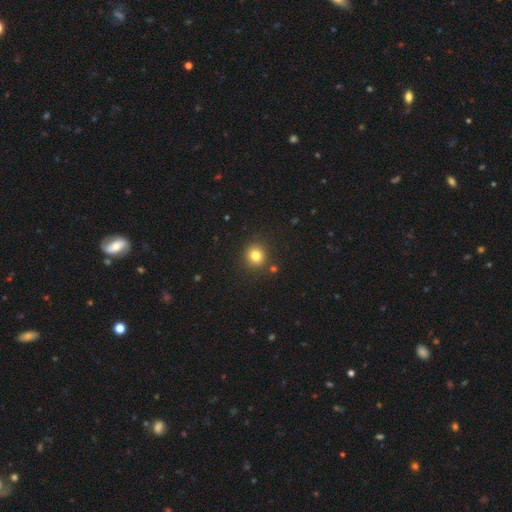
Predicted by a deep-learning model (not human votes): smooth 81%, star or artifact 13%, featured or disk 6%. Down the decision tree: how rounded — round (90%); merging — none (87%).